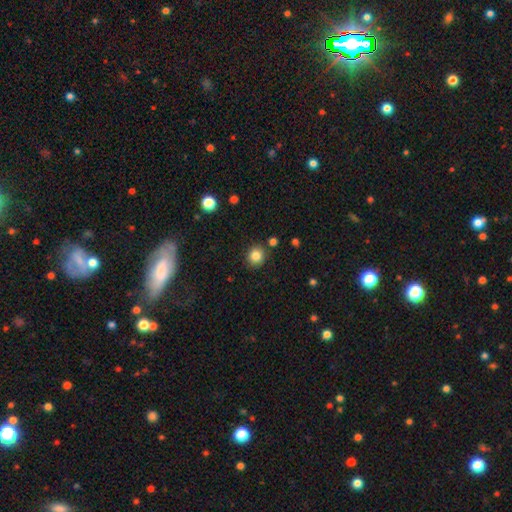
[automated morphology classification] Smooth or featured? smooth (84%)
How rounded? round (86%)
Merging? none (85%)